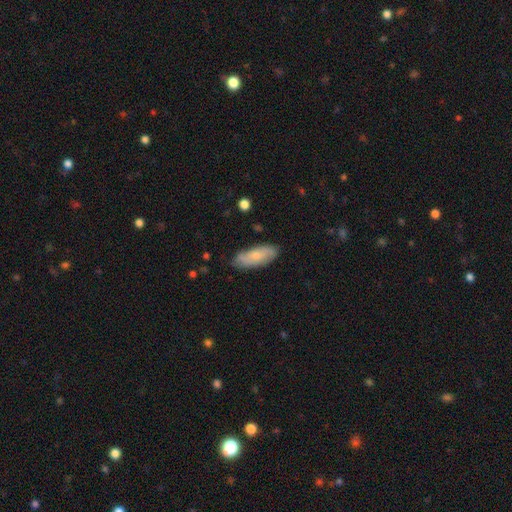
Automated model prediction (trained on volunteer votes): smooth-or-featured: smooth: 62% | featured or disk: 32% | star or artifact: 6%
  how-rounded: in between: 75% | cigar-shaped: 23% | round: 2%
  merging: none: 76% | minor disturbance: 19% | major disturbance: 3% | merger: 2%